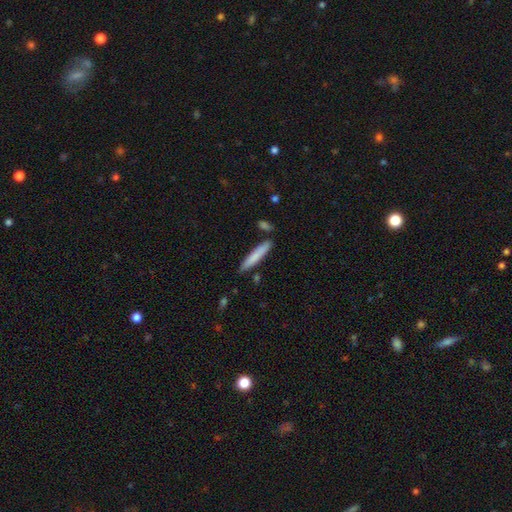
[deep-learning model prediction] Smooth or featured? smooth (78%)
How rounded? cigar-shaped (93%)
Merging? none (84%)